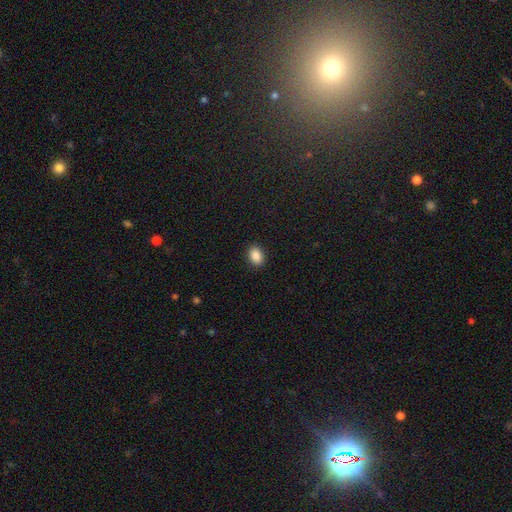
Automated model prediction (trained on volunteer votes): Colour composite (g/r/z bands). It shows a smooth galaxy with no disk features (89%) that is in between round and cigar-shaped (82%). Merging: none (90%).